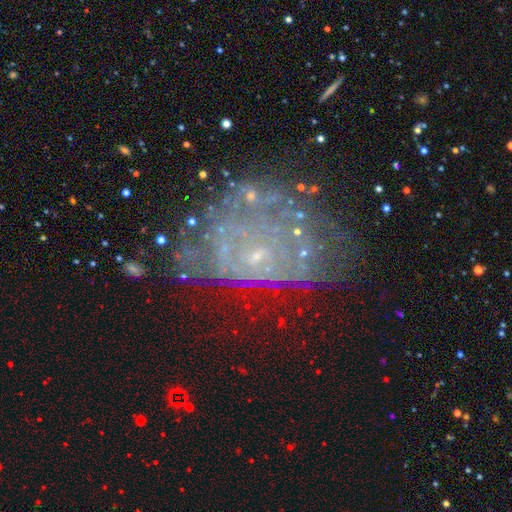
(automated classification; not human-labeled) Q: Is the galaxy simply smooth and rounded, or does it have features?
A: featured or disk — 64%.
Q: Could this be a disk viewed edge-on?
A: no — 97%.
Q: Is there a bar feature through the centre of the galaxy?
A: no — 85%.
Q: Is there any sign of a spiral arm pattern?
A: no — 78%.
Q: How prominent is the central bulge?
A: small — 48%.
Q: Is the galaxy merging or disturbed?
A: none — 35%.